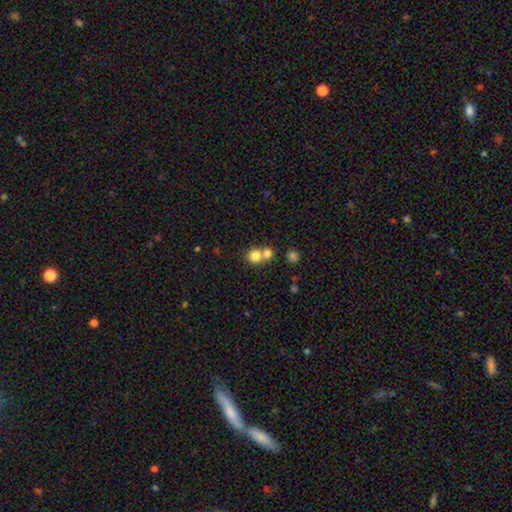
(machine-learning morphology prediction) Smooth or featured?
  - smooth: 79% *
  - star or artifact: 12%
  - featured or disk: 9%
How rounded?
  - round: 87% *
  - in between: 12%
  - cigar-shaped: 1%
Merging?
  - merger: 47% *
  - none: 45%
  - minor disturbance: 5%
  - major disturbance: 3%